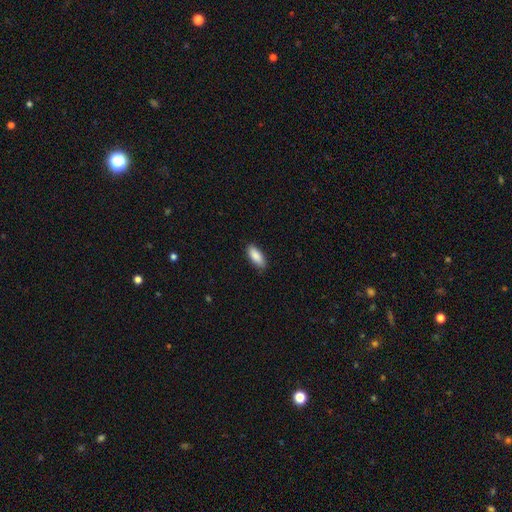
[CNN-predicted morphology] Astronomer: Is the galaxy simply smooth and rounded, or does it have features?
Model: smooth — 88%.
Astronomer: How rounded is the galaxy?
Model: in between — 80%.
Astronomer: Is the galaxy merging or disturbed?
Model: none — 85%.